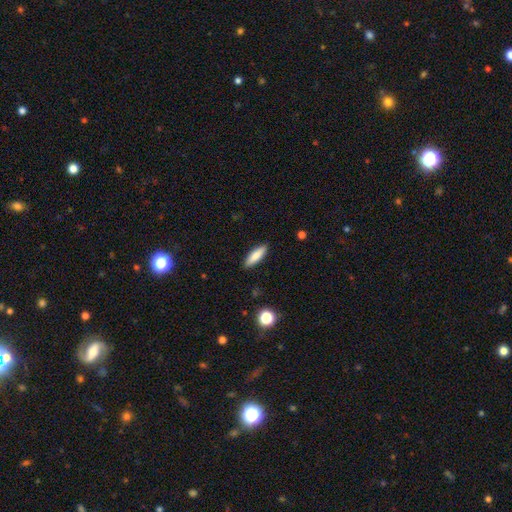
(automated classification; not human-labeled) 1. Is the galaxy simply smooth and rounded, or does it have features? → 81% smooth, 12% featured or disk, 7% star or artifact.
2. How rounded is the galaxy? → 54% cigar-shaped, 44% in between, 2% round.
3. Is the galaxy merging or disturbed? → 89% none, 8% minor disturbance, 2% major disturbance, 1% merger.